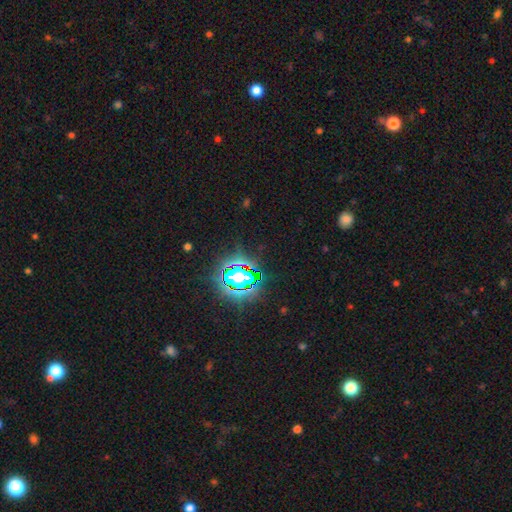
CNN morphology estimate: type=star or artifact (80%).